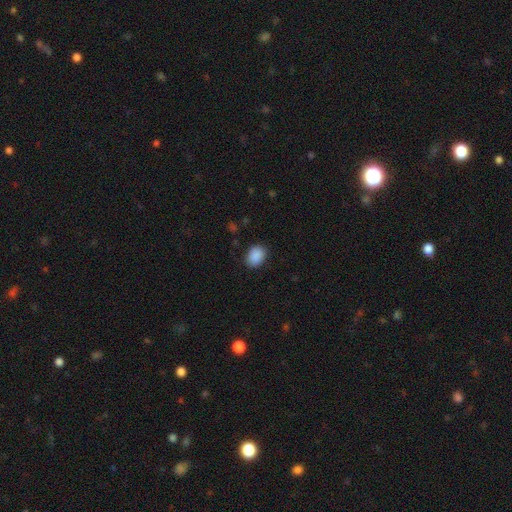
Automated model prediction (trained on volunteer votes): smooth_or_featured: smooth (p=0.90) [alt: star or artifact p=0.08]
how_rounded: in between (p=0.66) [alt: round p=0.33]
merging: none (p=0.86) [alt: minor disturbance p=0.10]